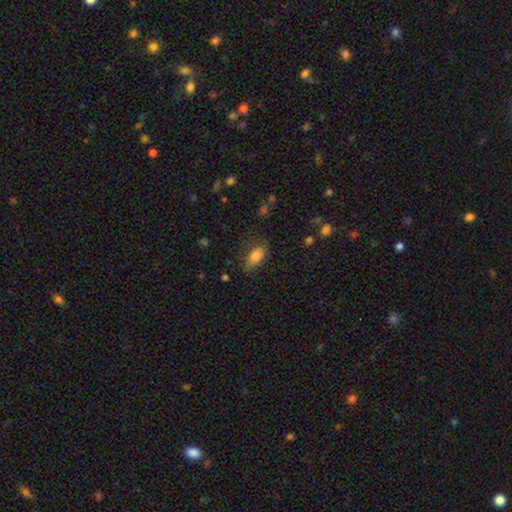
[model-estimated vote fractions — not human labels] A smooth galaxy with no disk features (83%) that is in between round and cigar-shaped (89%). Merging: none (72%).